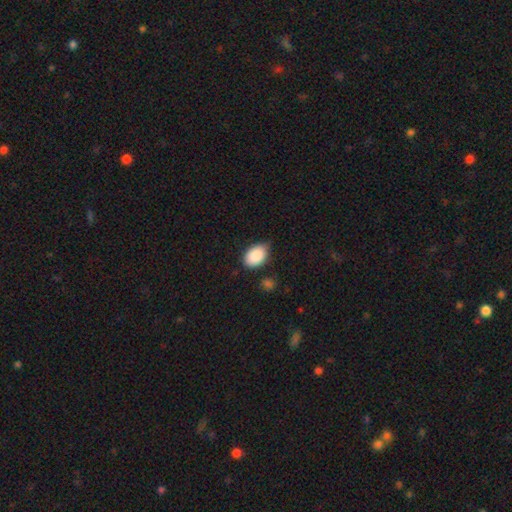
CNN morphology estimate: smooth-or-featured: smooth: 89% | star or artifact: 7% | featured or disk: 4%
  how-rounded: in between: 87% | round: 12% | cigar-shaped: 1%
  merging: none: 69% | minor disturbance: 24% | major disturbance: 4% | merger: 3%